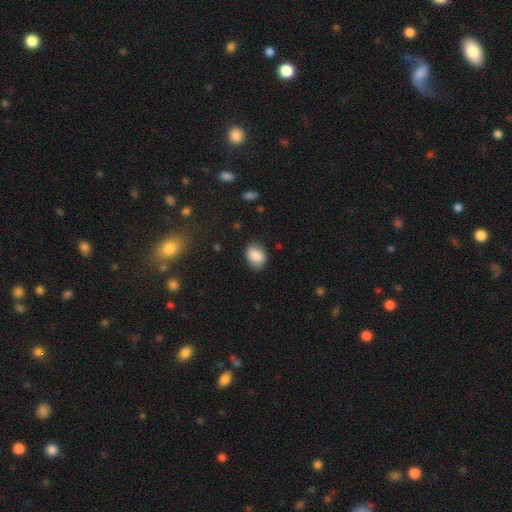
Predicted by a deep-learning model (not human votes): The model was most divided on "how rounded": in between: 68%, round: 31%, cigar-shaped: 1%. More confident: smooth or featured — smooth (87%); merging — none (81%).